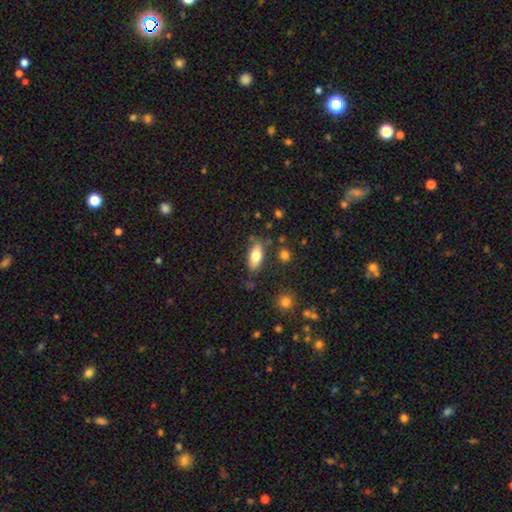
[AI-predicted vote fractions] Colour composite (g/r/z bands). It shows a smooth galaxy with no disk features (78%) that is in between round and cigar-shaped (83%). Merging: none (77%).